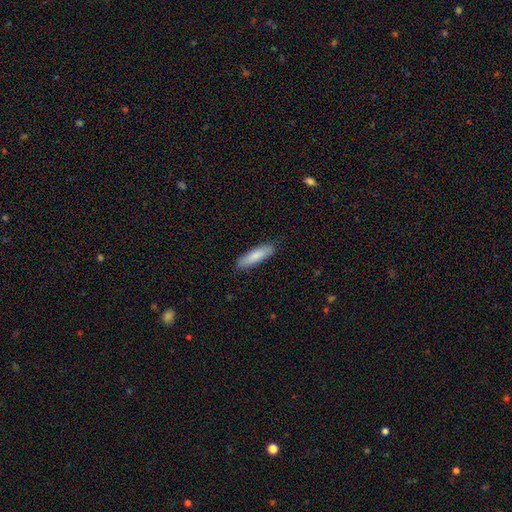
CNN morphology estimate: A smooth galaxy with no disk features (84%) that is cigar-shaped (66%).

Vote fractions:
- Smooth or featured? smooth: 84% / featured or disk: 11% / star or artifact: 5%
- How rounded? cigar-shaped: 66% / in between: 32% / round: 1%
- Merging? none: 86% / minor disturbance: 11% / major disturbance: 2% / merger: 1%